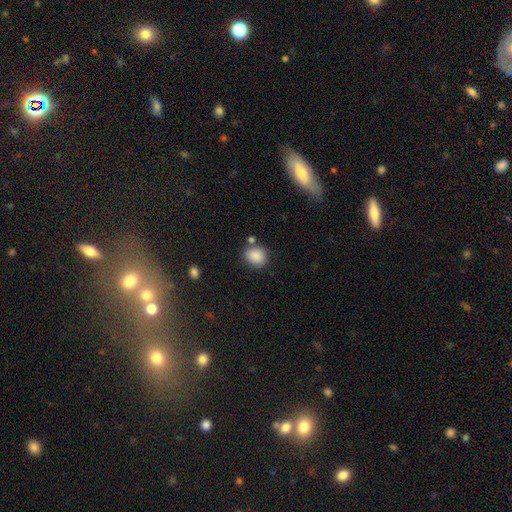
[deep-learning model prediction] The model was most divided on "how rounded": round: 64%, in between: 35%, cigar-shaped: 1%. More confident: smooth or featured — smooth (87%); merging — none (74%).